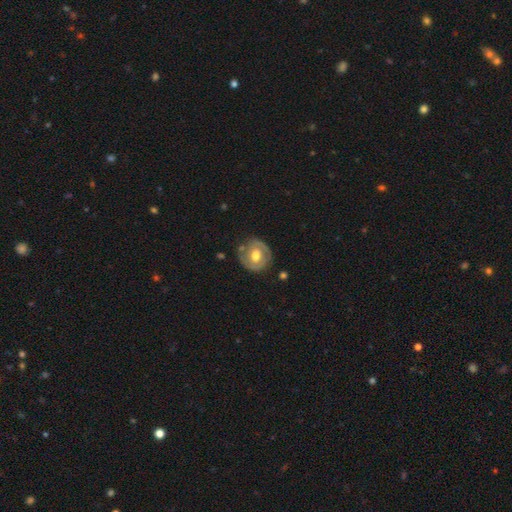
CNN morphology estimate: Overall: featured or disk (59%; smooth 35%). Edge-on disk: no (96%). Bar: no (62%; weak 29%). Spiral arms: yes (52%; no 48%). Bulge size: moderate (75%). Merging: none (75%).